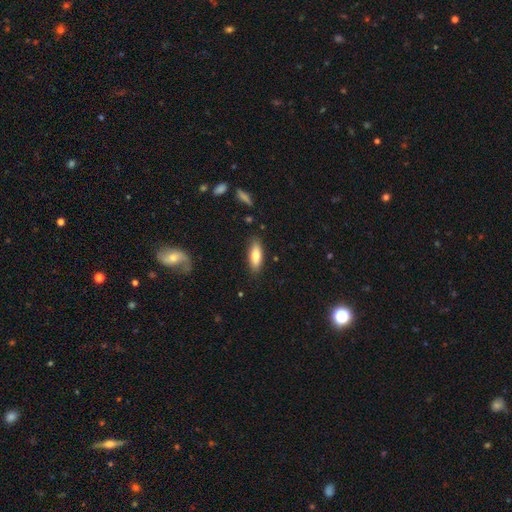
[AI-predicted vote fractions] smooth 74%, featured or disk 20%, star or artifact 6%. Down the decision tree: how rounded — in between (63%); merging — none (85%).